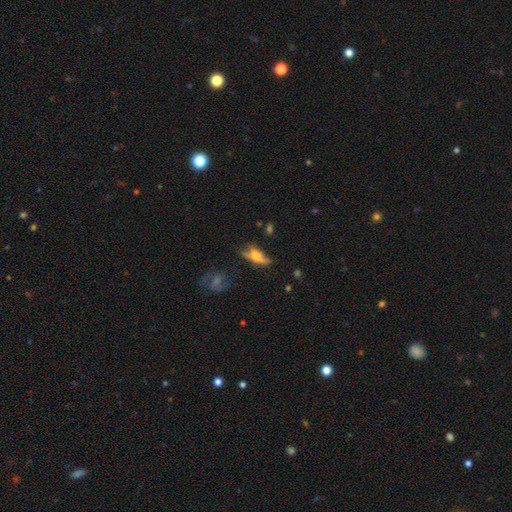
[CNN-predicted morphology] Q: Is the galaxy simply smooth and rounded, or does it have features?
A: smooth — 46%.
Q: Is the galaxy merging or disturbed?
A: none — 40%.